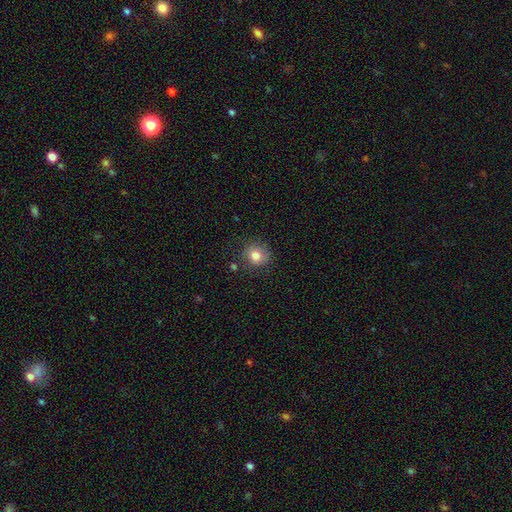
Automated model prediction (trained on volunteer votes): This is clearly a smooth galaxy (81%). How rounded: clearly round (87%). Merging: likely none (79%).